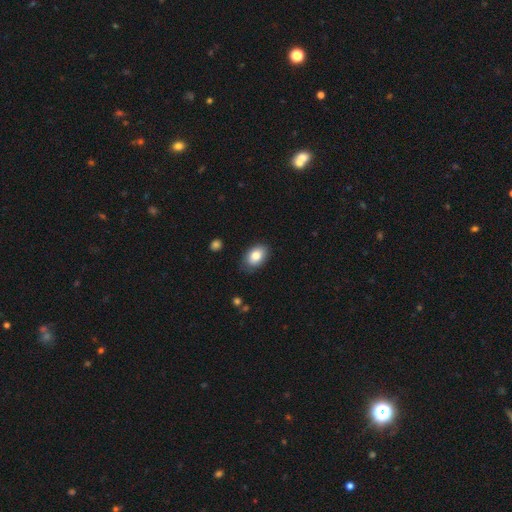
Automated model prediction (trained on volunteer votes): smooth 84%, featured or disk 9%, star or artifact 7%. Down the decision tree: how rounded — in between (86%); merging — none (81%).